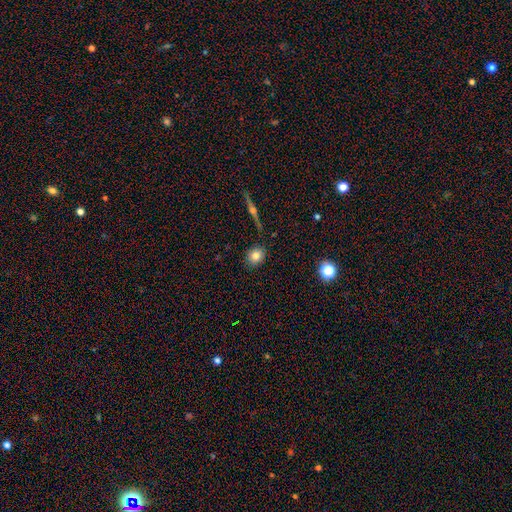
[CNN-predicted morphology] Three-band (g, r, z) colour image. It shows a smooth galaxy with no disk features (78%) that is round (66%). Merging: none (87%).